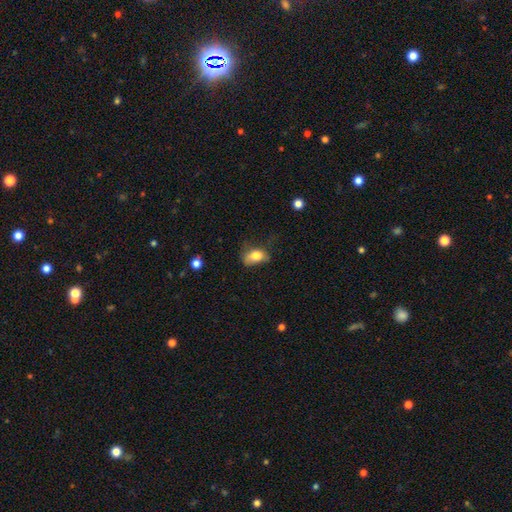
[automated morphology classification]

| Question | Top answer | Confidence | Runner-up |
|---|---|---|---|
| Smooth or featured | smooth | 78% | featured or disk (13%) |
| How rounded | in between | 82% | round (16%) |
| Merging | none | 38% | minor disturbance (36%) |